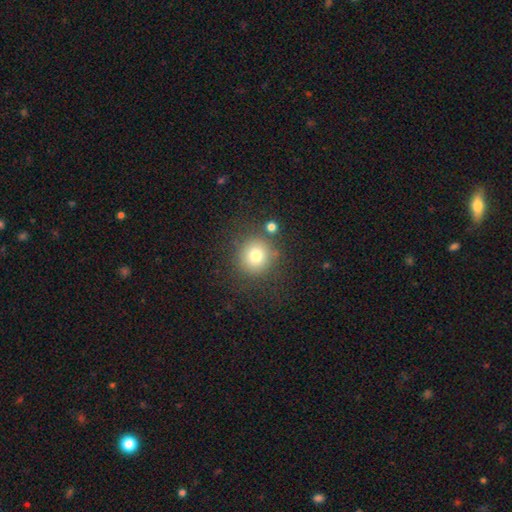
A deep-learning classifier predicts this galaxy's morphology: Smooth or featured? smooth (75%)
How rounded? round (93%)
Merging? none (80%)